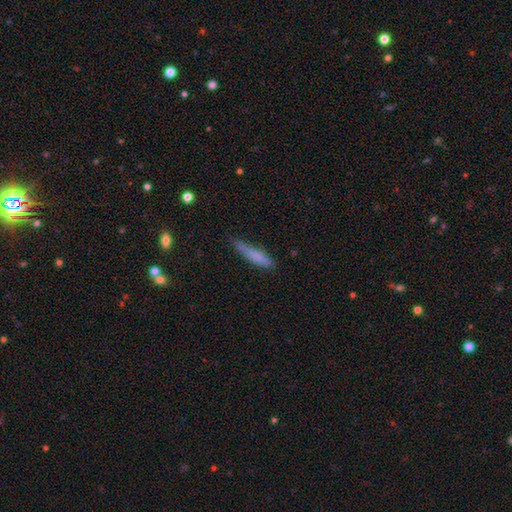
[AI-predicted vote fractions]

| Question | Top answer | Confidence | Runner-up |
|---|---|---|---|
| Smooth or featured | smooth | 77% | featured or disk (16%) |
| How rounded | cigar-shaped | 84% | in between (14%) |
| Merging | none | 58% | minor disturbance (32%) |